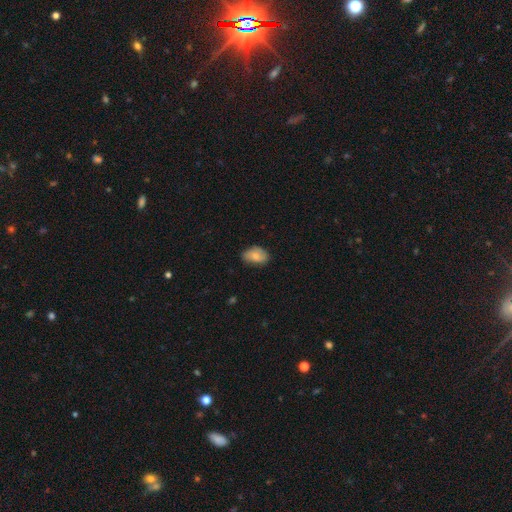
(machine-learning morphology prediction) Q: Smooth or featured?
A: smooth (76%); runner-up: featured or disk (17%)
Q: How rounded?
A: in between (89%); runner-up: round (10%)
Q: Merging?
A: none (73%); runner-up: minor disturbance (22%)